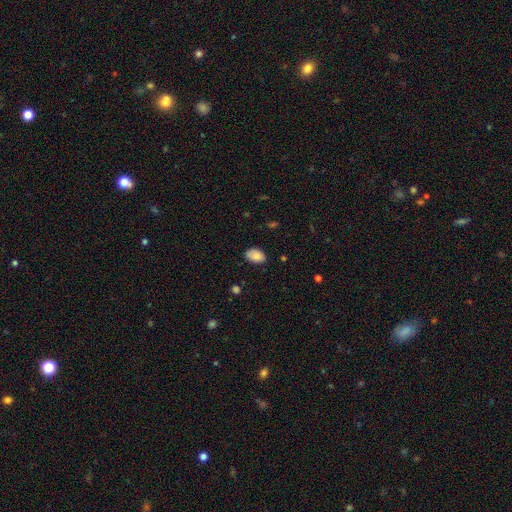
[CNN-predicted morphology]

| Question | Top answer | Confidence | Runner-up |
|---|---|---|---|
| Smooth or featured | smooth | 88% | star or artifact (7%) |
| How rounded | in between | 90% | round (9%) |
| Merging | none | 78% | minor disturbance (17%) |